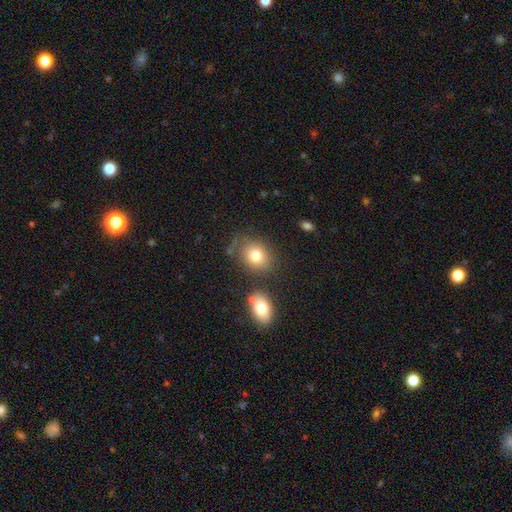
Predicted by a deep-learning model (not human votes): Morphology: type=smooth (79%); roundness=round (56%); merging=none (71%).